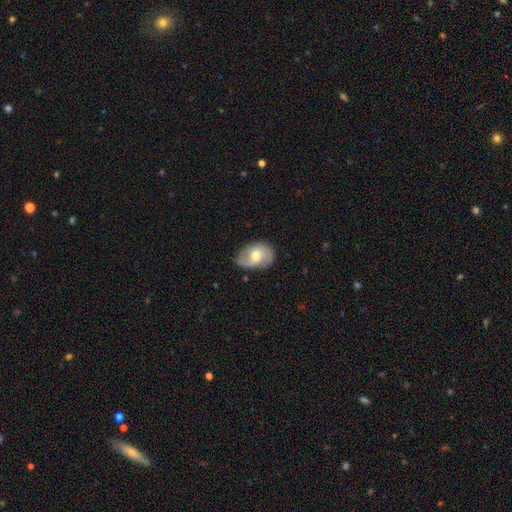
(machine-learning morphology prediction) featured or disk 61%, smooth 32%, star or artifact 6%. Down the decision tree: edge-on disk — no (96%); bar — no (58%); spiral arms — yes (85%); bulge size — moderate (66%); merging — none (70%).